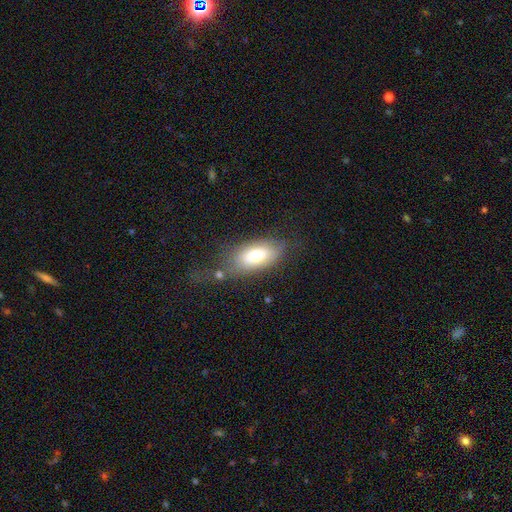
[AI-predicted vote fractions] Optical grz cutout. It shows a smooth galaxy with no disk features (68%) that is in between round and cigar-shaped (88%). Merging: none (54%).